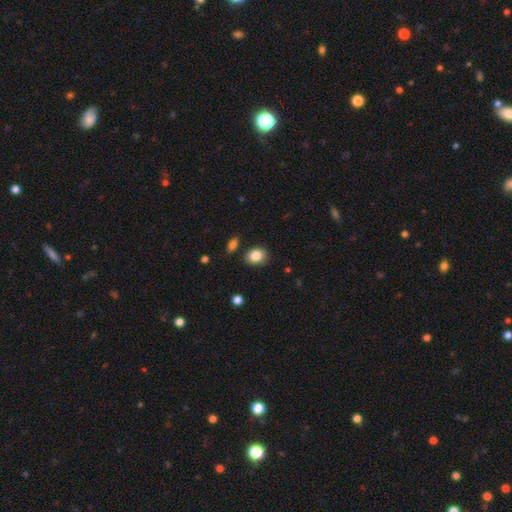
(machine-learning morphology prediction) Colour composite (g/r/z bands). It shows a smooth galaxy with no disk features (85%) that is in between round and cigar-shaped (54%). Merging: none (82%).